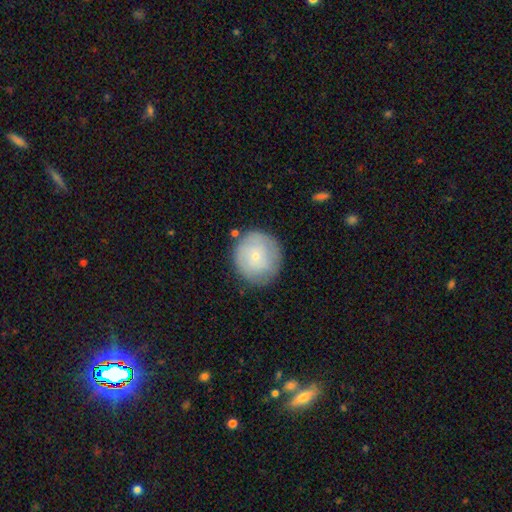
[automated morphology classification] A smooth galaxy with no disk features (66%) that is round (92%).

Vote fractions:
- Smooth or featured? smooth: 66% / featured or disk: 27% / star or artifact: 7%
- How rounded? round: 92% / in between: 7% / cigar-shaped: 1%
- Merging? none: 77% / minor disturbance: 15% / major disturbance: 5% / merger: 3%